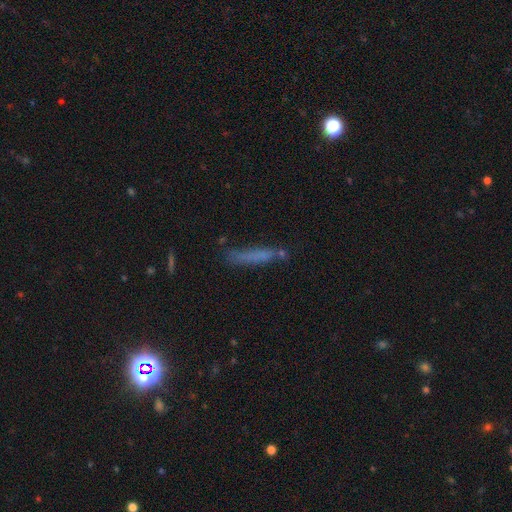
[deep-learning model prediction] A smooth galaxy with no disk features (66%) that is cigar-shaped (90%). Merging: none (68%).